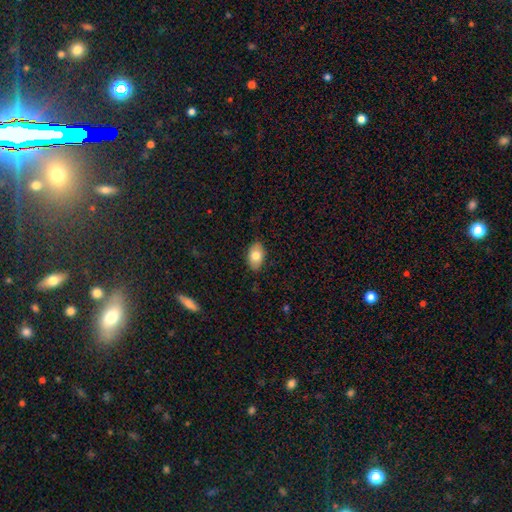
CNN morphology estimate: A smooth galaxy with no disk features (79%) that is in between round and cigar-shaped (92%). Merging: none (86%).